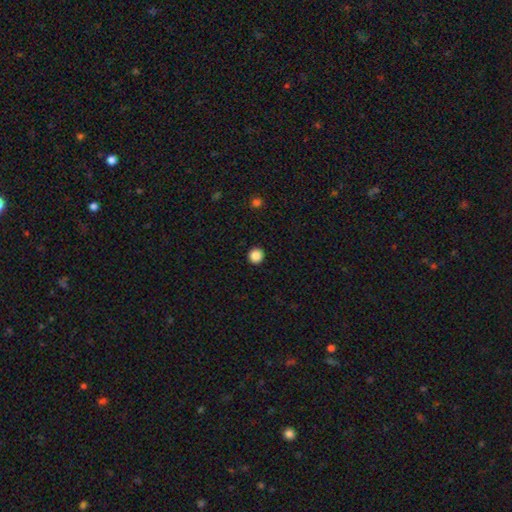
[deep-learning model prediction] smooth_or_featured: smooth (p=0.87) [alt: star or artifact p=0.10]
how_rounded: round (p=0.95) [alt: in between p=0.04]
merging: none (p=0.93) [alt: minor disturbance p=0.04]